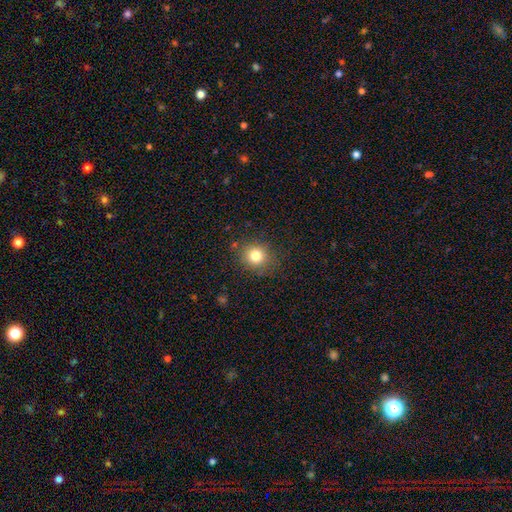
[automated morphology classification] smooth_or_featured: smooth (p=0.80) [alt: star or artifact p=0.13]
how_rounded: round (p=0.83) [alt: in between p=0.16]
merging: none (p=0.84) [alt: minor disturbance p=0.10]